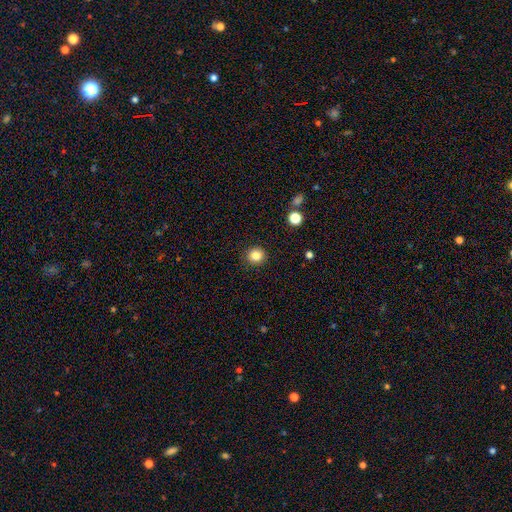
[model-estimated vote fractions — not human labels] Smooth or featured? smooth (84%)
How rounded? round (89%)
Merging? none (91%)